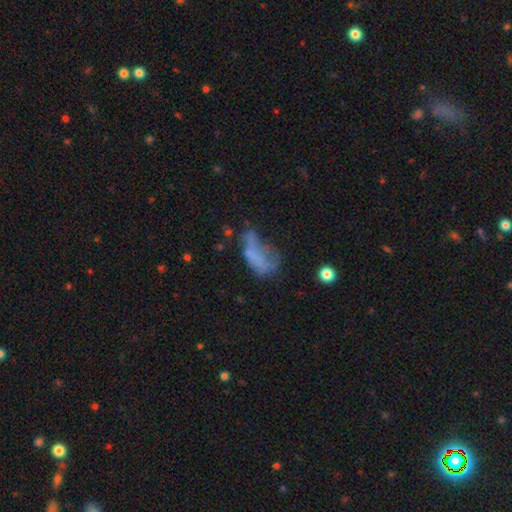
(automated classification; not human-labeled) Smooth or featured: smooth — 49% (featured or disk — 34%)
Merging: major disturbance — 42% (none — 24%)